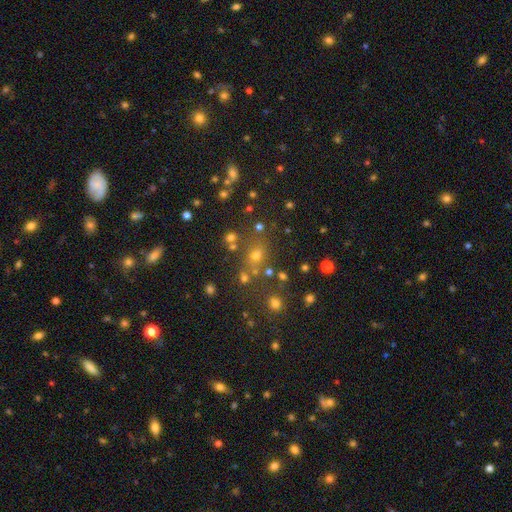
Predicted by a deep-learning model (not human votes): Q: Smooth or featured?
A: smooth (53%); runner-up: star or artifact (35%)
Q: How rounded?
A: round (68%); runner-up: in between (30%)
Q: Merging?
A: none (69%); runner-up: merger (14%)